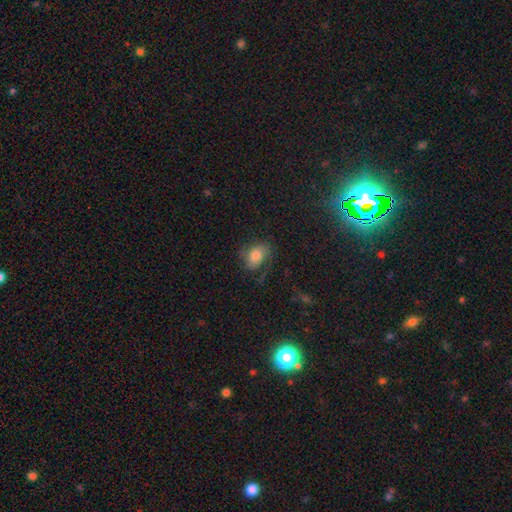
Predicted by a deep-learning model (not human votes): smooth 64%, featured or disk 25%, star or artifact 11%. Down the decision tree: how rounded — in between (76%); merging — none (56%).